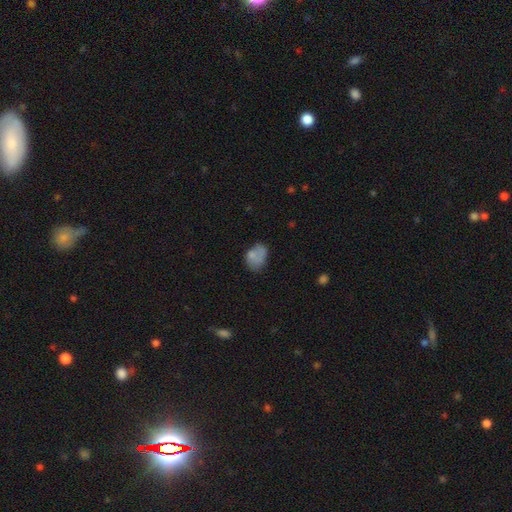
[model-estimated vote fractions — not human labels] Morphology: type=smooth (71%); roundness=in between (79%); merging=none (44%).